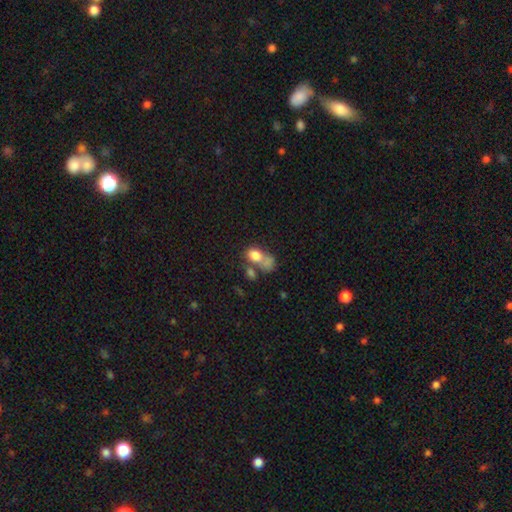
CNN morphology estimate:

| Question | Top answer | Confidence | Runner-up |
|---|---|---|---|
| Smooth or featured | smooth | 75% | featured or disk (15%) |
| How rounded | in between | 63% | round (36%) |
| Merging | merger | 49% | none (25%) |